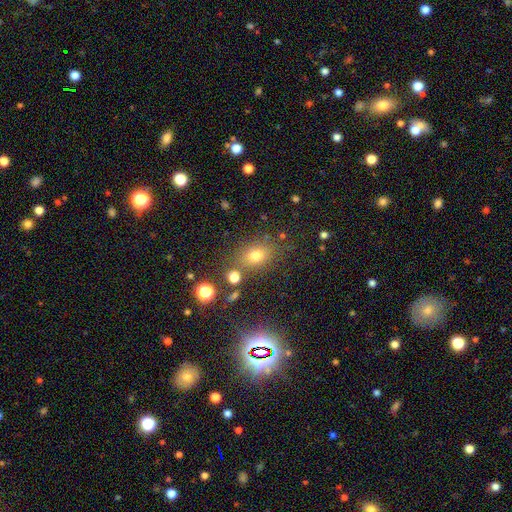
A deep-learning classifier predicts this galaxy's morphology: Smooth or featured? smooth (64%)
How rounded? in between (59%)
Merging? none (75%)